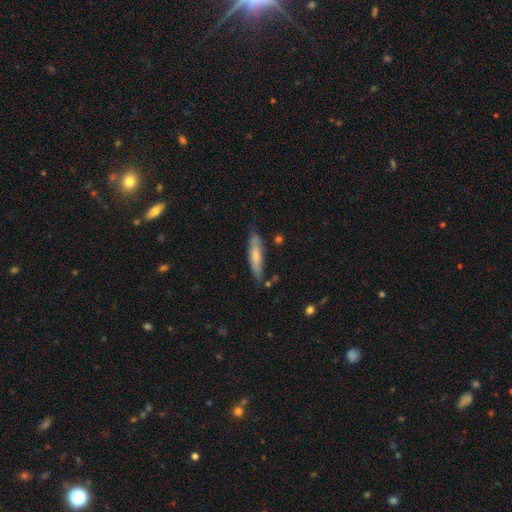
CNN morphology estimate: A smooth galaxy with no disk features (64%) that is cigar-shaped (79%). Merging: none (75%).